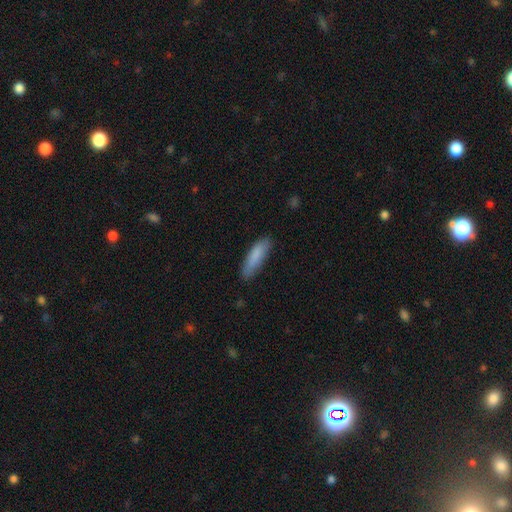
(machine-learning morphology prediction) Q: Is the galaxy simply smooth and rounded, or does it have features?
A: smooth — 85%.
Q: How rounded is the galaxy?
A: cigar-shaped — 64%.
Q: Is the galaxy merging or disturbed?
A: none — 82%.